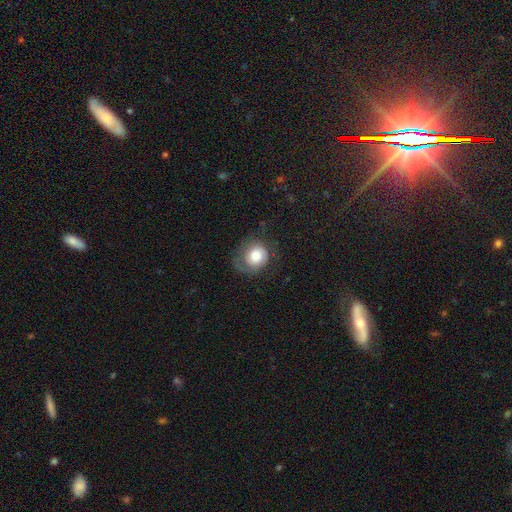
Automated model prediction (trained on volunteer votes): Morphology: type=smooth (57%); roundness=round (76%); merging=none (56%).